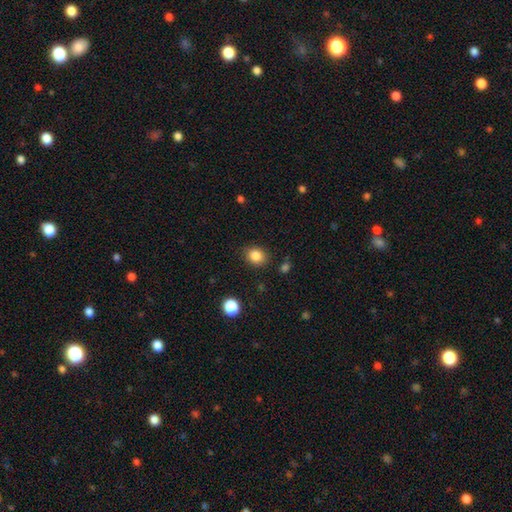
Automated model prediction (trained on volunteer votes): Overall: smooth (84%). How rounded: round (57%; in between 42%). Merging: none (84%).